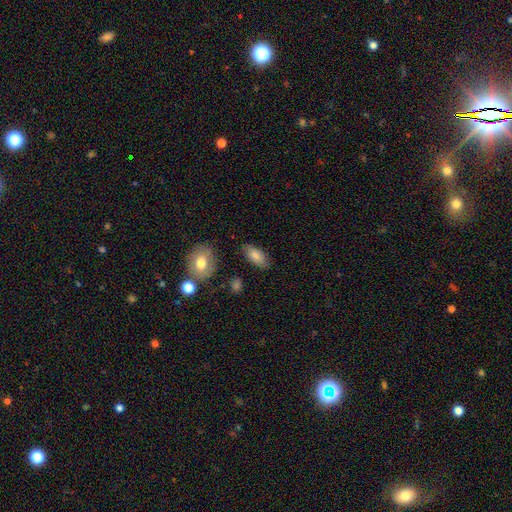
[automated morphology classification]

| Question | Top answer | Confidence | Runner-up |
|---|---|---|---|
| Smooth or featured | smooth | 79% | featured or disk (14%) |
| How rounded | in between | 91% | cigar-shaped (6%) |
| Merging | none | 82% | minor disturbance (12%) |